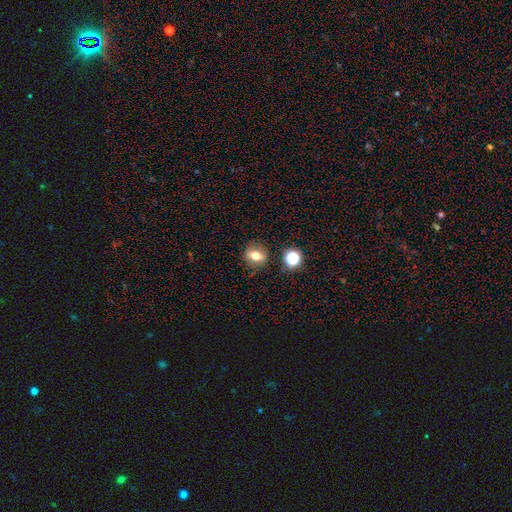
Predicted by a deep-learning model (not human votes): Morphology: type=smooth (63%); roundness=in between (49%); merging=none (82%).